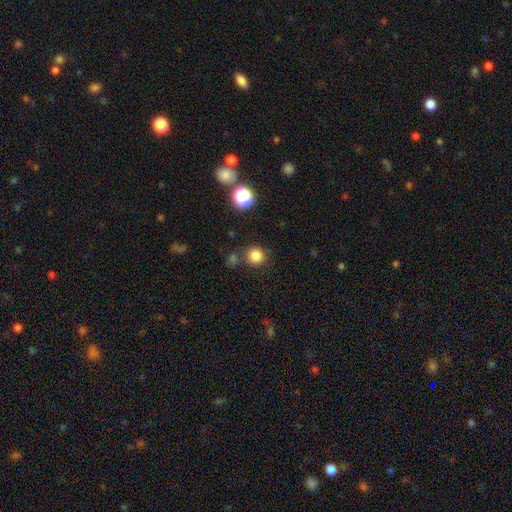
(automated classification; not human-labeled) This appears to be a smooth galaxy with no disk features (82%) that is round (91%). Merging: none (81%).